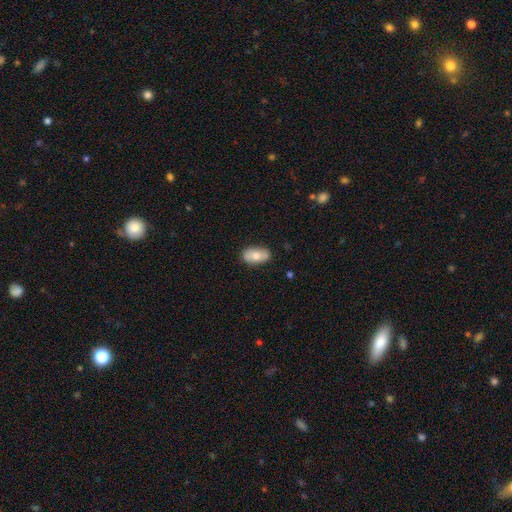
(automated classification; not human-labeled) Smooth or featured?
  - smooth: 66% *
  - featured or disk: 27%
  - star or artifact: 6%
How rounded?
  - in between: 92% *
  - round: 5%
  - cigar-shaped: 3%
Merging?
  - none: 82% *
  - minor disturbance: 14%
  - major disturbance: 3%
  - merger: 1%